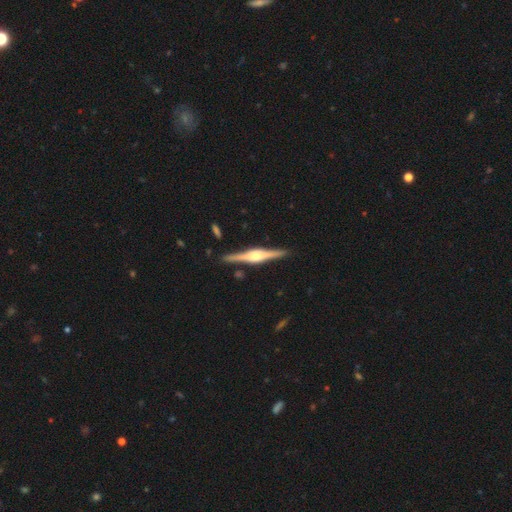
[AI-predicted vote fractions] Smooth or featured: featured or disk — 84% (smooth — 11%)
Edge-on disk: yes — 98% (no — 2%)
Edge-on bulge: rounded — 85% (boxy — 13%)
Merging: none — 90% (minor disturbance — 7%)